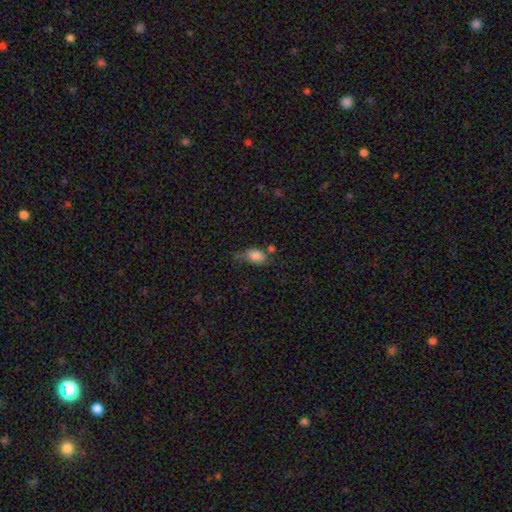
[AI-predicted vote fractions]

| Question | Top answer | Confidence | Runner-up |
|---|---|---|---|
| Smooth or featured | smooth | 82% | star or artifact (10%) |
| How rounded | in between | 81% | round (16%) |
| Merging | none | 40% | minor disturbance (32%) |